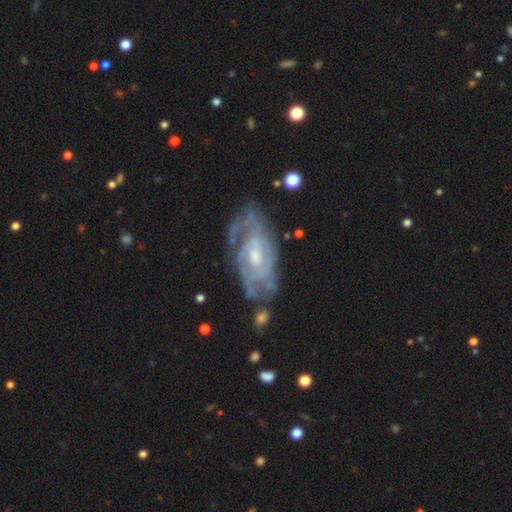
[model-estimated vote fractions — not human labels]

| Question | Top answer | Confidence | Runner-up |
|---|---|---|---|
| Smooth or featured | featured or disk | 86% | smooth (8%) |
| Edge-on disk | no | 94% | yes (6%) |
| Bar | weak | 46% | no (44%) |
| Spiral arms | yes | 94% | no (6%) |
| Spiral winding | tight | 58% | medium (34%) |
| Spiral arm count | can't tell | 35% | 2 (33%) |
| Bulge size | moderate | 52% | small (38%) |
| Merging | none | 66% | minor disturbance (22%) |